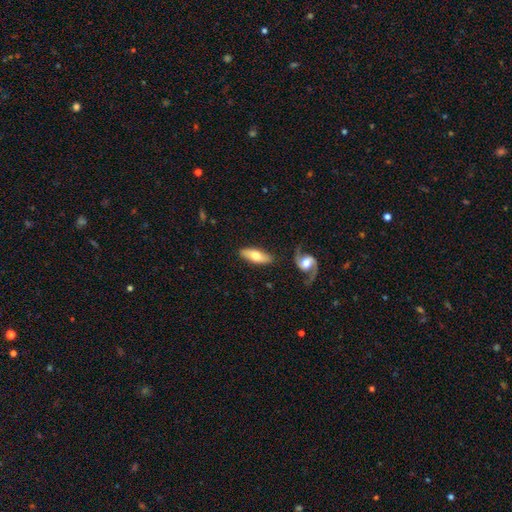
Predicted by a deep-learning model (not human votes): Smooth or featured: smooth — 58% (featured or disk — 37%)
How rounded: in between — 67% (cigar-shaped — 30%)
Merging: none — 81% (minor disturbance — 12%)